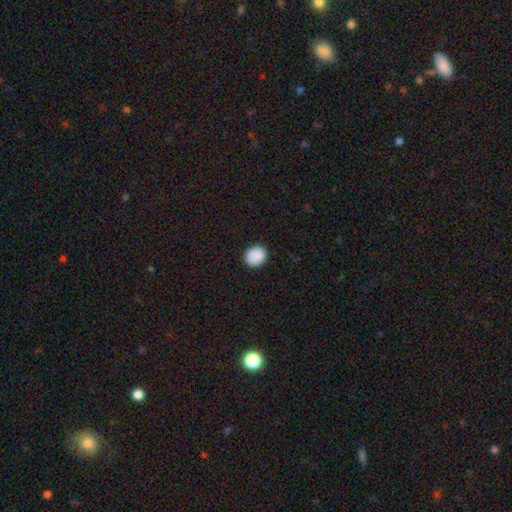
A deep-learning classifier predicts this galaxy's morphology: type=smooth (87%); roundness=round (71%); merging=none (85%).